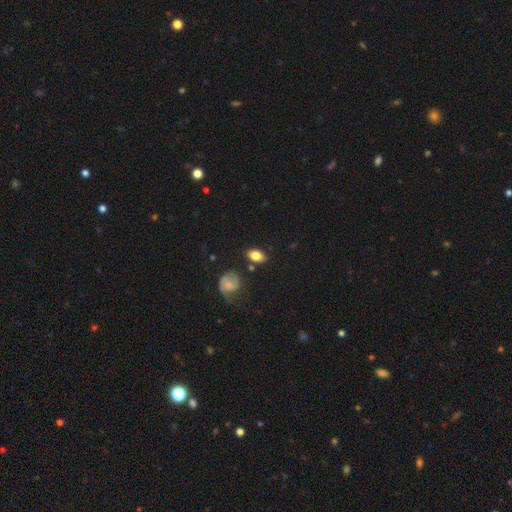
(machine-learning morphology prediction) Smooth or featured?
  - smooth: 79% *
  - featured or disk: 13%
  - star or artifact: 8%
How rounded?
  - in between: 85% *
  - round: 12%
  - cigar-shaped: 3%
Merging?
  - none: 77% *
  - minor disturbance: 14%
  - merger: 5%
  - major disturbance: 4%